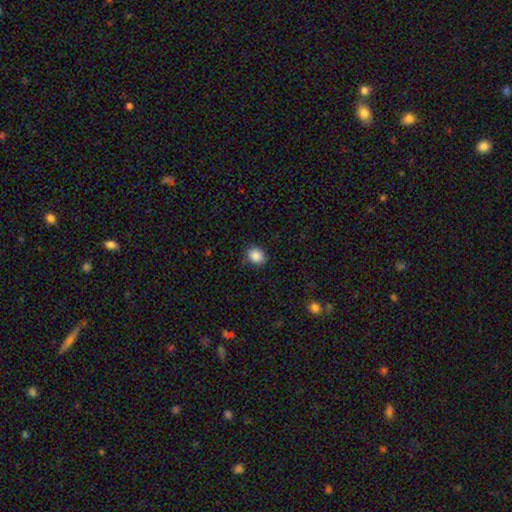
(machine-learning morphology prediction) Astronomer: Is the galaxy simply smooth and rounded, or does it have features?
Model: smooth — 88%.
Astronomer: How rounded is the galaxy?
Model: round — 54% (runner-up: in between, 45%).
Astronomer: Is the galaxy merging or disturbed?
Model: none — 85%.